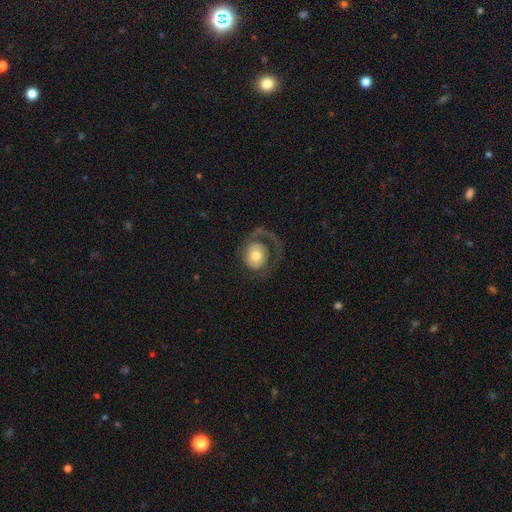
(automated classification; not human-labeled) featured or disk 52%, smooth 42%, star or artifact 7%. Down the decision tree: edge-on disk — no (97%); bar — no (82%); spiral arms — yes (63%); bulge size — moderate (63%); merging — none (42%).